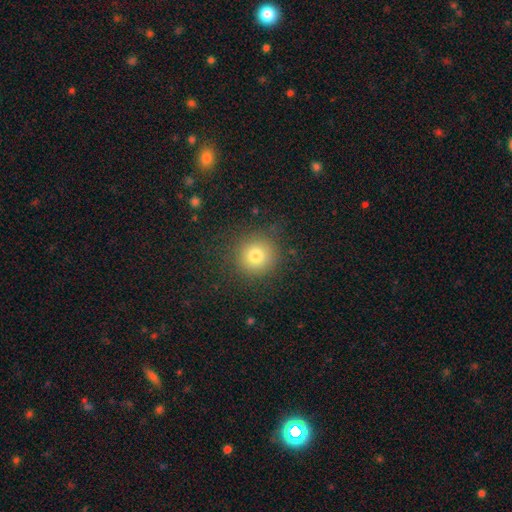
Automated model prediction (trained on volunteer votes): Morphology: type=smooth (78%); roundness=round (93%); merging=none (86%).